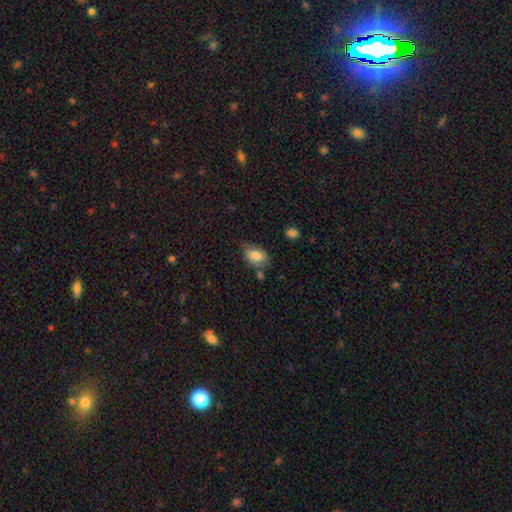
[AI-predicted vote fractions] Q: Smooth or featured?
A: smooth (80%); runner-up: featured or disk (13%)
Q: How rounded?
A: in between (88%); runner-up: round (10%)
Q: Merging?
A: none (58%); runner-up: minor disturbance (27%)